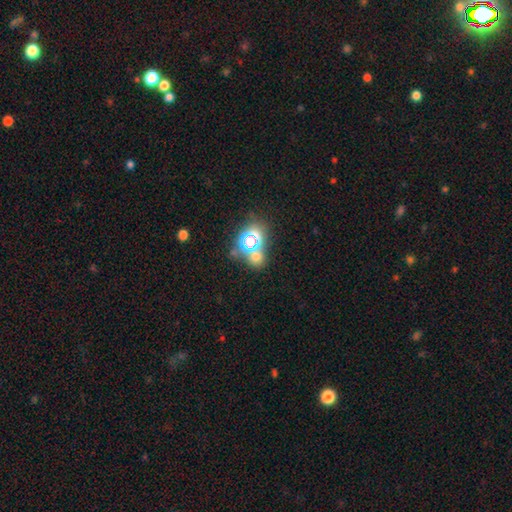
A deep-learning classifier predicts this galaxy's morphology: The model was most divided on "smooth or featured": star or artifact: 47%, smooth: 44%, featured or disk: 9%.